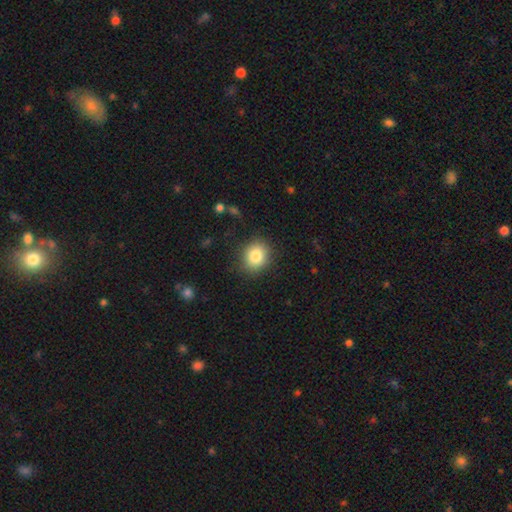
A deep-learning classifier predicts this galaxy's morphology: This appears to be a smooth galaxy with no disk features (83%) that is round (69%). Merging: none (86%).